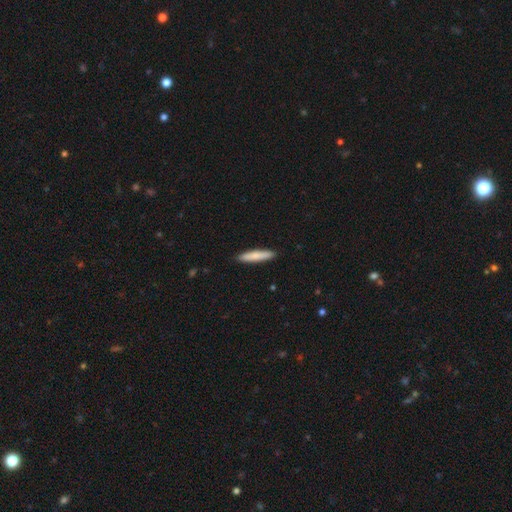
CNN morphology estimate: Overall: smooth (80%). How rounded: cigar-shaped (90%). Merging: none (91%).